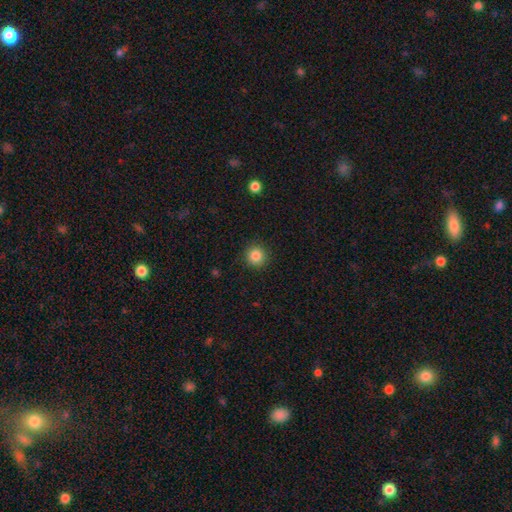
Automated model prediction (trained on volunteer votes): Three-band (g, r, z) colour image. It shows a smooth galaxy with no disk features (85%) that is round (93%). Merging: none (91%).